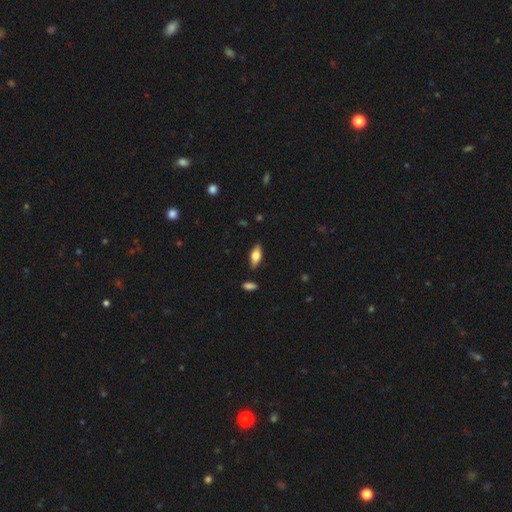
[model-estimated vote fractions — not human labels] Overall: smooth (63%; featured or disk 30%). How rounded: in between (82%). Merging: none (85%).